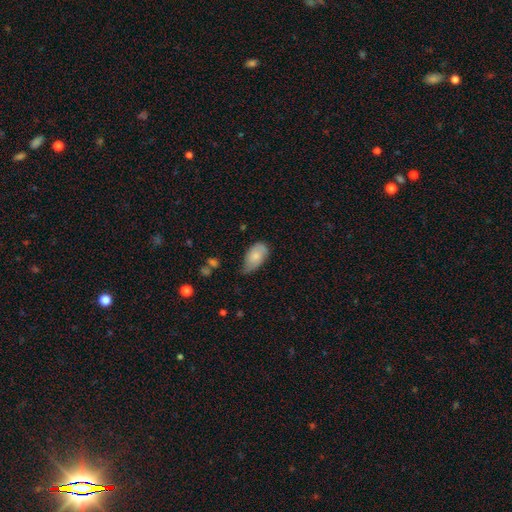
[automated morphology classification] Smooth or featured? smooth (70%)
How rounded? in between (93%)
Merging? minor disturbance (45%)